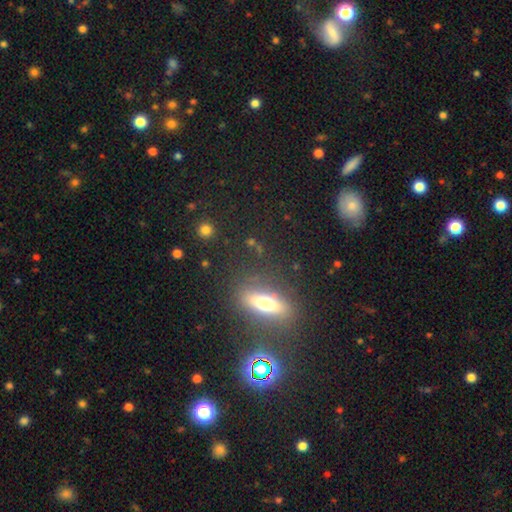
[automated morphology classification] This is marginally a smooth galaxy (40%). Merging: likely none (77%).